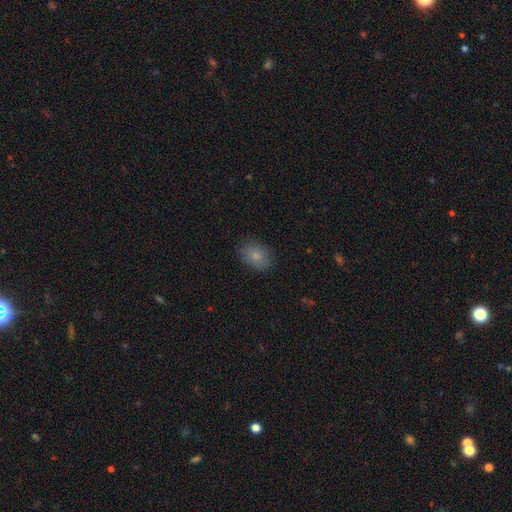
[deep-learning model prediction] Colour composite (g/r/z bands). It shows a smooth galaxy with no disk features (83%) that is in between round and cigar-shaped (75%). Merging: none (85%).